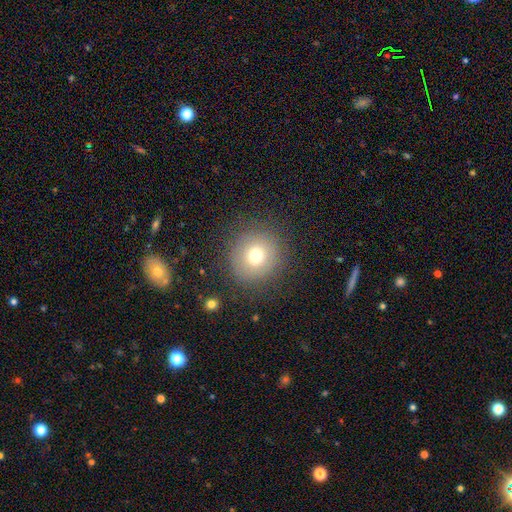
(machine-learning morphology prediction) Smooth or featured? smooth (71%)
How rounded? round (91%)
Merging? none (85%)